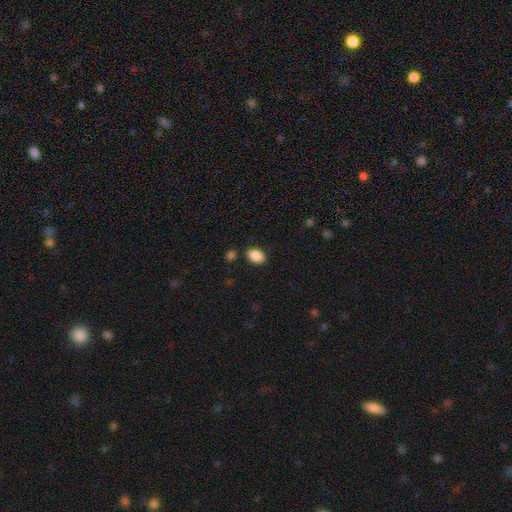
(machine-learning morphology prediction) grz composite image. It shows a smooth galaxy with no disk features (89%) that is in between round and cigar-shaped (88%). Merging: none (84%).